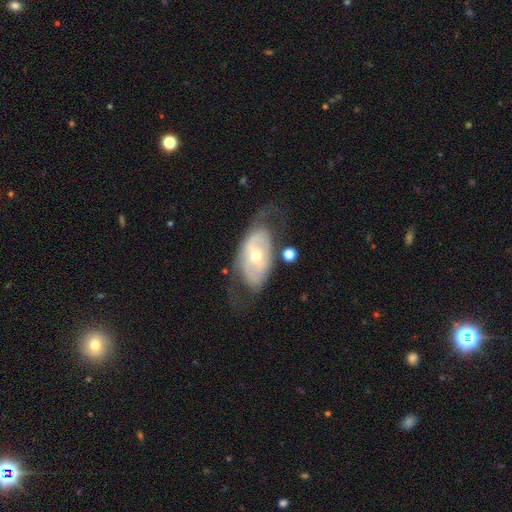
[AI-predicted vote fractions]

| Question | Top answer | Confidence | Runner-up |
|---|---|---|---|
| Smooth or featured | featured or disk | 70% | smooth (24%) |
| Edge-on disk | no | 91% | yes (9%) |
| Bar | no | 64% | weak (24%) |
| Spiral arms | yes | 51% | no (49%) |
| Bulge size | moderate | 57% | small (38%) |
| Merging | none | 54% | major disturbance (21%) |